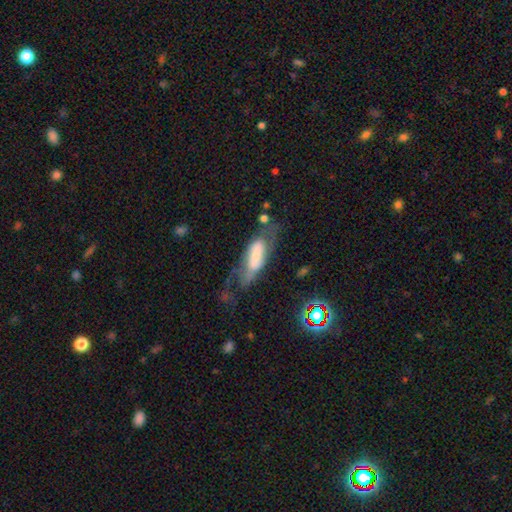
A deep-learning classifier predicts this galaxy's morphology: This appears to be a featured or disk galaxy (50%). Merging: none (40%).